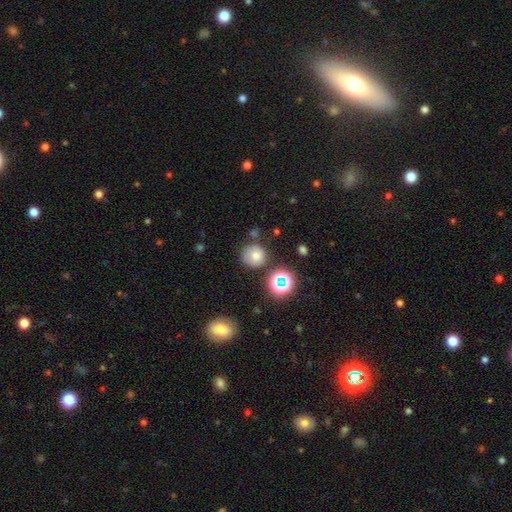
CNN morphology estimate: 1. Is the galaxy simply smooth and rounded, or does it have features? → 73% smooth, 17% star or artifact, 11% featured or disk.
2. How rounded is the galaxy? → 91% round, 8% in between, 1% cigar-shaped.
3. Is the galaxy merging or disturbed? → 73% none, 15% minor disturbance, 7% merger, 5% major disturbance.